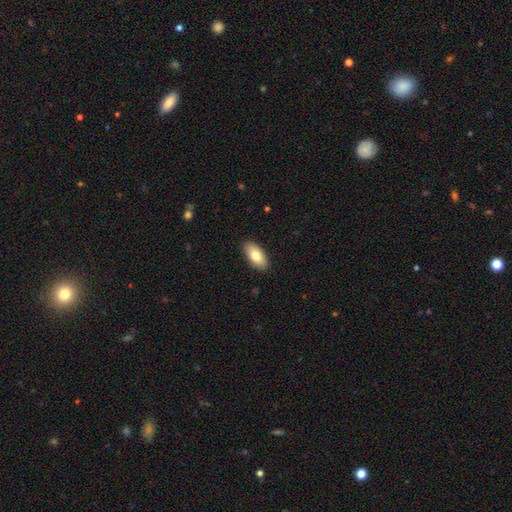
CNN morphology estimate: This is likely a smooth galaxy (78%). How rounded: clearly in between (92%). Merging: clearly none (89%).